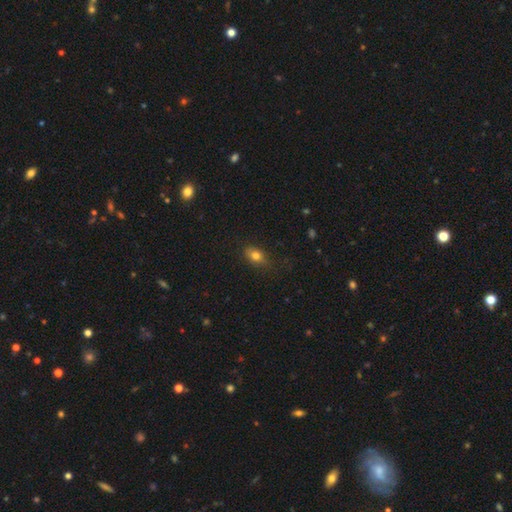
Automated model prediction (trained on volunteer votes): Smooth or featured? Predicted: smooth (p=0.77). How rounded? Predicted: in between (p=0.77). Merging? Predicted: none (p=0.76).